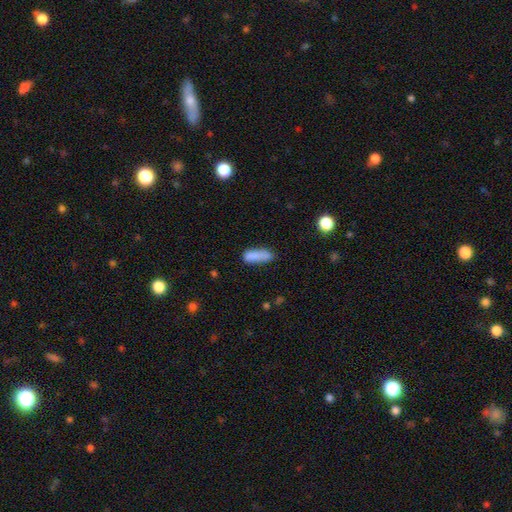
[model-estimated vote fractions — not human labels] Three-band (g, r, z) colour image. It shows a smooth galaxy with no disk features (83%) that is in between round and cigar-shaped (57%). Merging: none (62%).